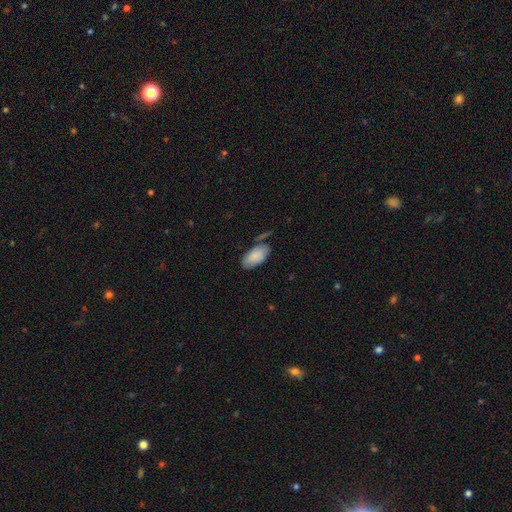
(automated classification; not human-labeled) smooth-or-featured: smooth: 85% | featured or disk: 9% | star or artifact: 6%
  how-rounded: in between: 95% | cigar-shaped: 3% | round: 2%
  merging: none: 67% | minor disturbance: 21% | merger: 7% | major disturbance: 5%